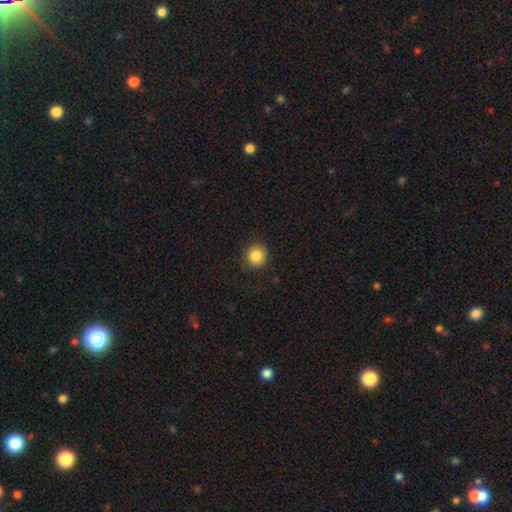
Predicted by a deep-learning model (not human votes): Morphology: type=smooth (84%); roundness=round (89%); merging=none (87%).